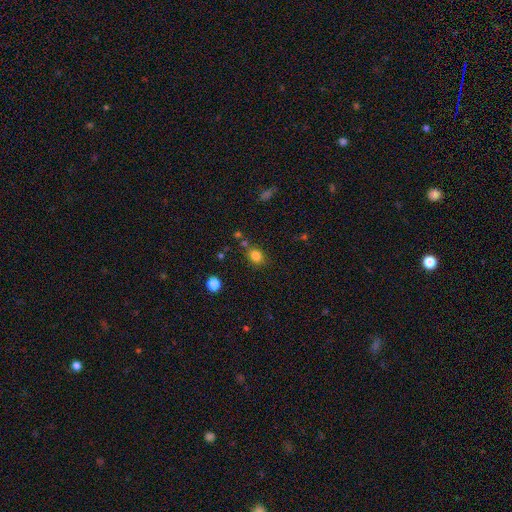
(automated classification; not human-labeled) Smooth or featured? smooth (82%)
How rounded? round (58%)
Merging? none (75%)